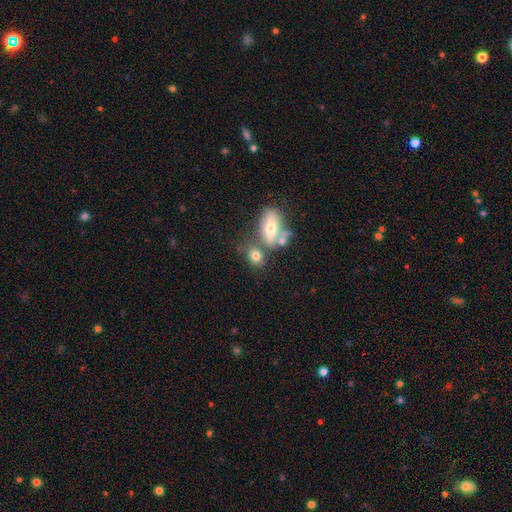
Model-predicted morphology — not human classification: This is likely a smooth galaxy (75%). How rounded: likely in between (60%). Merging: possibly none (51%).